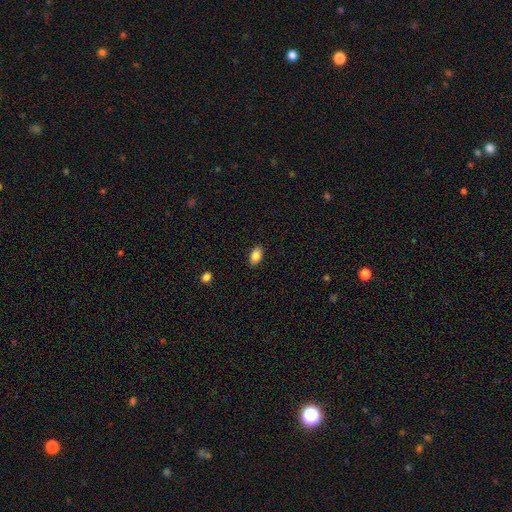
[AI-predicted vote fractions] Smooth or featured? smooth (86%)
How rounded? in between (91%)
Merging? none (88%)